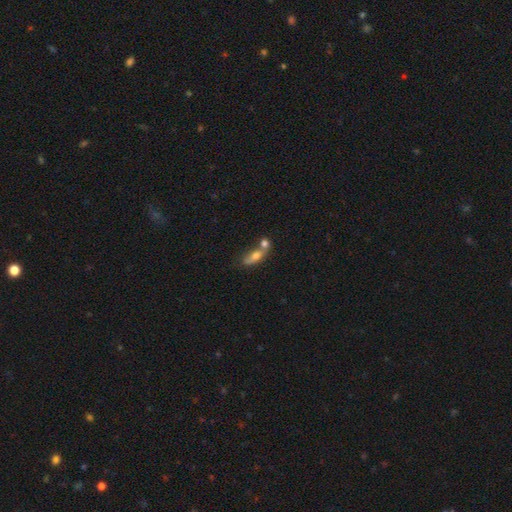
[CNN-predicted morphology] This appears to be a smooth galaxy with no disk features (61%) that is in between round and cigar-shaped (62%). Merging: merger (47%).